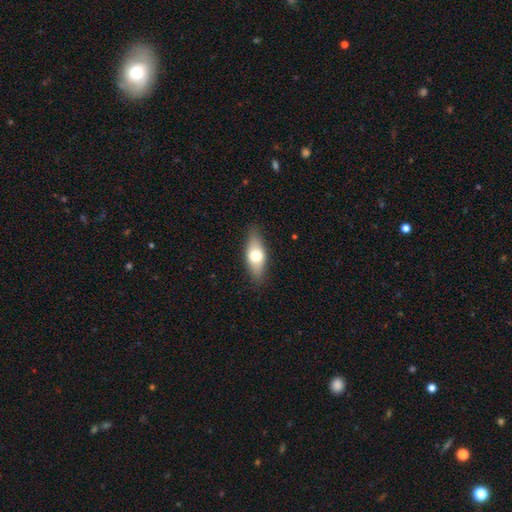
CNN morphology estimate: Smooth or featured? smooth (66%)
How rounded? in between (75%)
Merging? none (85%)